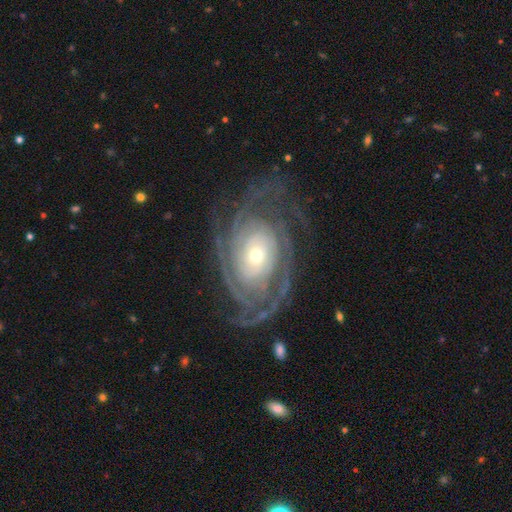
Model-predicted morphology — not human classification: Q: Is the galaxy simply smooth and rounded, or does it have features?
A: featured or disk — 90%.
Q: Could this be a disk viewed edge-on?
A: no — 96%.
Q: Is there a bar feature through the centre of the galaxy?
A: no — 76%.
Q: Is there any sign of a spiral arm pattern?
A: yes — 97%.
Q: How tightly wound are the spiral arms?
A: tight — 73%.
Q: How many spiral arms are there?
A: can't tell — 26%.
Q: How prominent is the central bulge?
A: small — 52%.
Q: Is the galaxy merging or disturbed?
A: none — 69%.